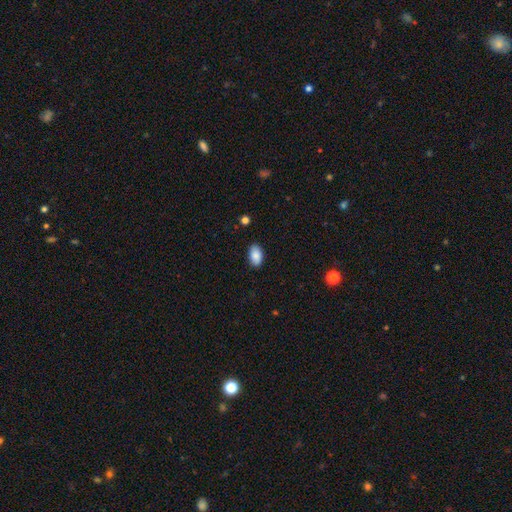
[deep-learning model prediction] A smooth galaxy with no disk features (88%) that is in between round and cigar-shaped (93%).

Vote fractions:
- Smooth or featured? smooth: 88% / star or artifact: 7% / featured or disk: 5%
- How rounded? in between: 93% / round: 5% / cigar-shaped: 2%
- Merging? none: 88% / minor disturbance: 9% / major disturbance: 2% / merger: 1%